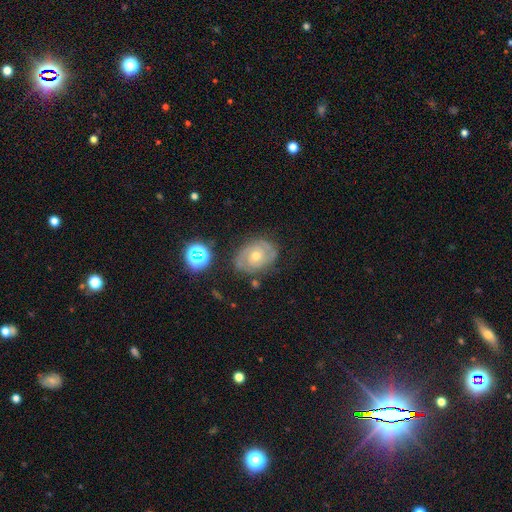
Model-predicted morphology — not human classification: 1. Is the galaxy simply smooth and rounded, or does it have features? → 75% featured or disk, 15% smooth, 9% star or artifact.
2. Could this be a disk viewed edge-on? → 97% no, 3% yes.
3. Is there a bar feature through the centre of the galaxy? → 74% no, 22% weak, 4% strong.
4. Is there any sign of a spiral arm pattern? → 89% yes, 11% no.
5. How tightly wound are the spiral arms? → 61% tight, 31% medium, 8% loose.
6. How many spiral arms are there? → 58% 2, 25% can't tell, 9% 3, 4% 1, 2% 4, 2% more than 4.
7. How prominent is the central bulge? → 50% moderate, 46% small, 2% large, 1% none, 1% dominant.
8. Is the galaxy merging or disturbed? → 73% none, 18% minor disturbance, 7% major disturbance, 3% merger.